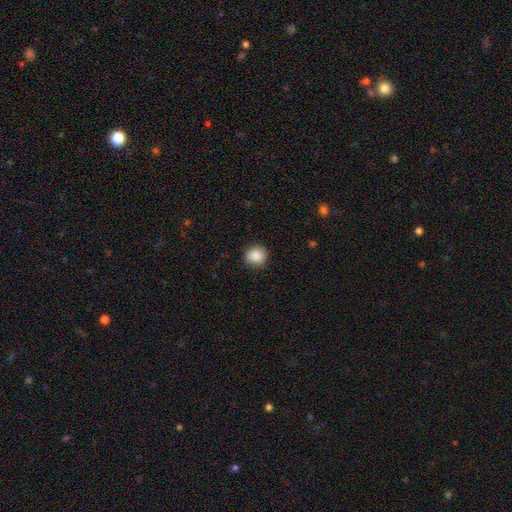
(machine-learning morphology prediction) type=smooth (88%); roundness=round (90%); merging=none (89%).